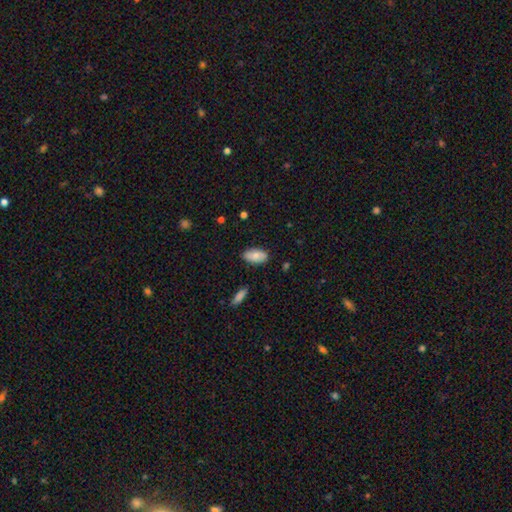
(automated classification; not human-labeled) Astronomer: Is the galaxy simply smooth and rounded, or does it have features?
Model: smooth — 75%.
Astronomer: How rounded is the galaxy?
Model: in between — 93%.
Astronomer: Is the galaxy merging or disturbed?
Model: none — 83%.